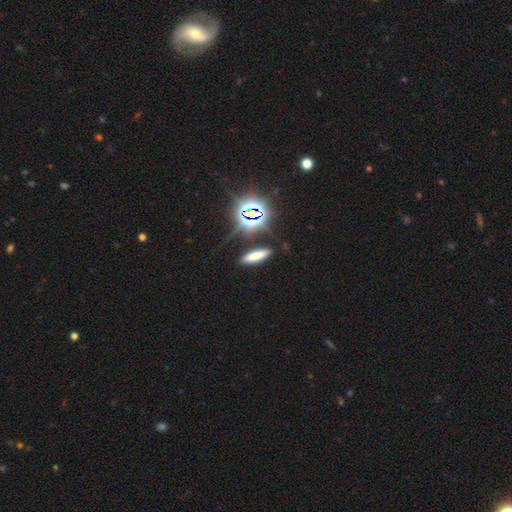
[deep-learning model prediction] This is likely a smooth galaxy (67%). How rounded: likely cigar-shaped (67%). Merging: clearly none (85%).